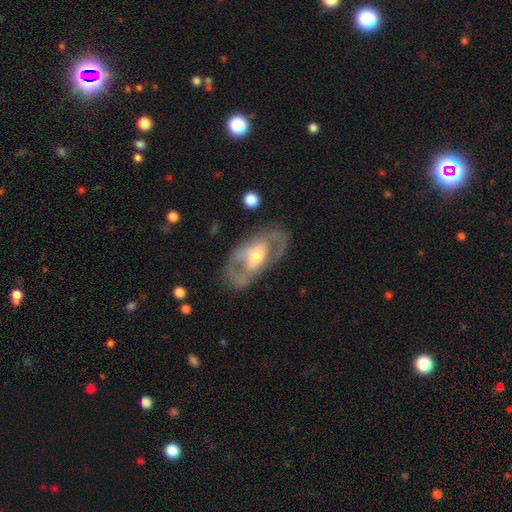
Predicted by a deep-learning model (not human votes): Q: Smooth or featured?
A: featured or disk (76%); runner-up: smooth (19%)
Q: Edge-on disk?
A: no (92%); runner-up: yes (8%)
Q: Bar?
A: no (47%); runner-up: weak (33%)
Q: Spiral arms?
A: yes (61%); runner-up: no (39%)
Q: Bulge size?
A: moderate (62%); runner-up: small (23%)
Q: Merging?
A: none (74%); runner-up: minor disturbance (15%)